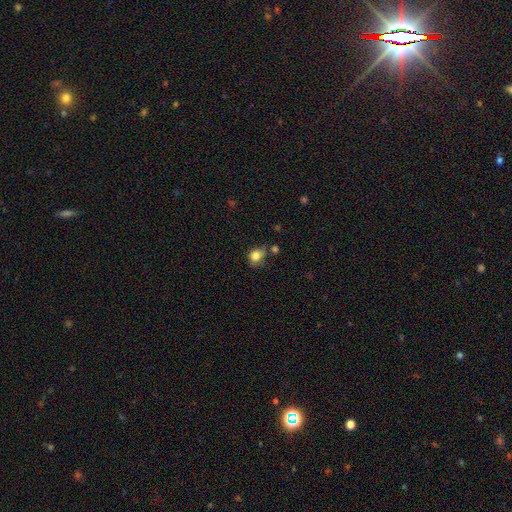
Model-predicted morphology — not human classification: smooth_or_featured: smooth (p=0.82) [alt: star or artifact p=0.10]
how_rounded: round (p=0.62) [alt: in between p=0.37]
merging: none (p=0.54) [alt: minor disturbance p=0.27]